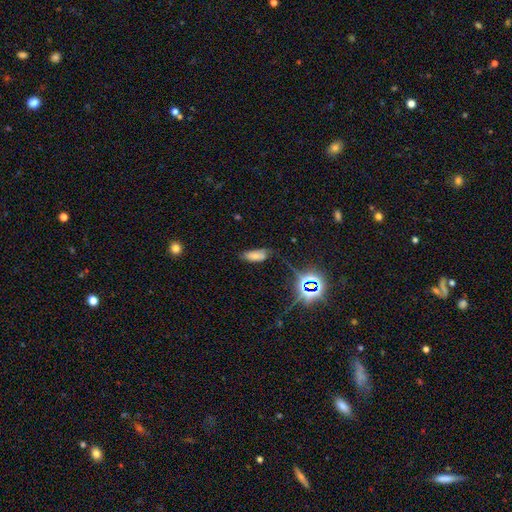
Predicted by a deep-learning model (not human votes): smooth_or_featured: smooth (p=0.66) [alt: star or artifact p=0.22]
how_rounded: in between (p=0.83) [alt: cigar-shaped p=0.14]
merging: none (p=0.59) [alt: minor disturbance p=0.27]